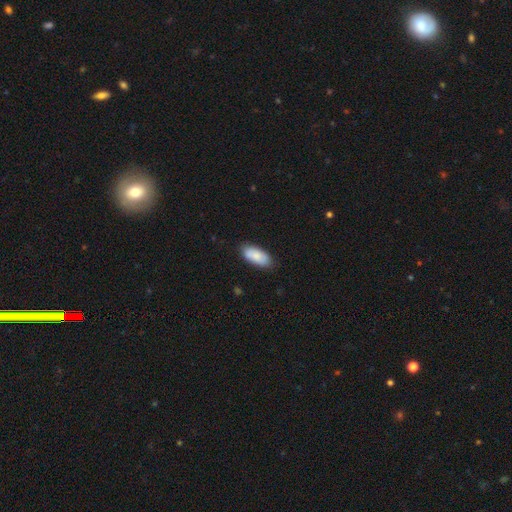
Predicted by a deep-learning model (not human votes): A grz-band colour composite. It shows a smooth galaxy with no disk features (84%) that is in between round and cigar-shaped (88%). Merging: none (83%).